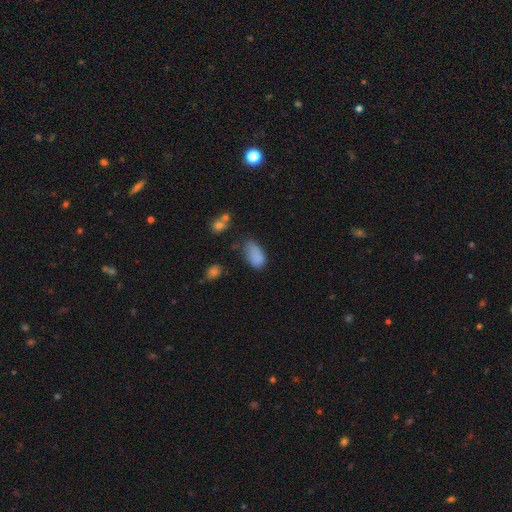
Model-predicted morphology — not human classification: type=smooth (82%); roundness=in between (92%); merging=none (45%).